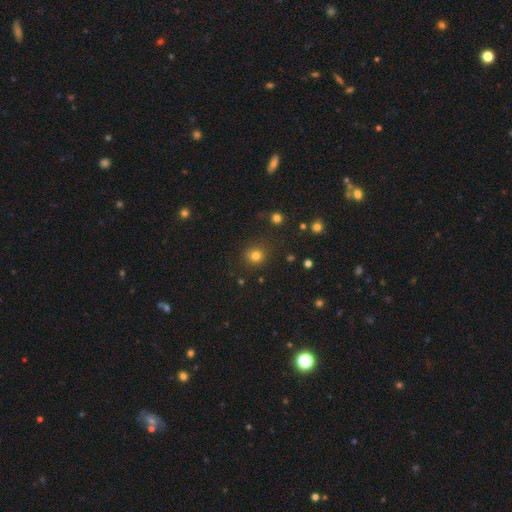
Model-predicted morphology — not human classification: smooth-or-featured: smooth: 77% | star or artifact: 16% | featured or disk: 6%
  how-rounded: round: 87% | in between: 12% | cigar-shaped: 1%
  merging: none: 83% | minor disturbance: 11% | major disturbance: 4% | merger: 3%